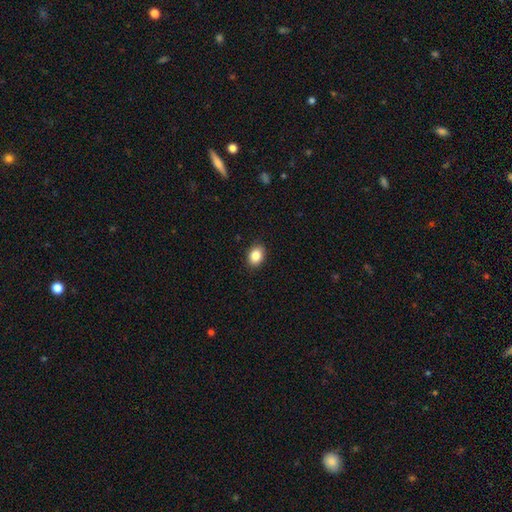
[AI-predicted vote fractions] This is clearly a smooth galaxy (86%). How rounded: likely in between (69%). Merging: clearly none (88%).